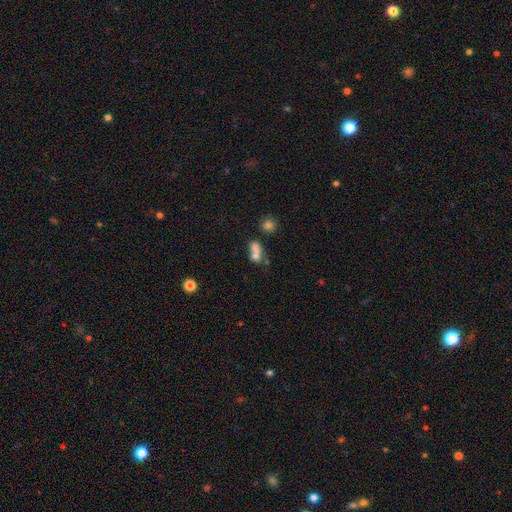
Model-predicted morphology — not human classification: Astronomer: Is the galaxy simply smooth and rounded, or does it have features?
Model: smooth — 69%.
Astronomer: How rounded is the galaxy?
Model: in between — 61%.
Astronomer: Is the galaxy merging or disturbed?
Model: merger — 51% (runner-up: none, 29%).